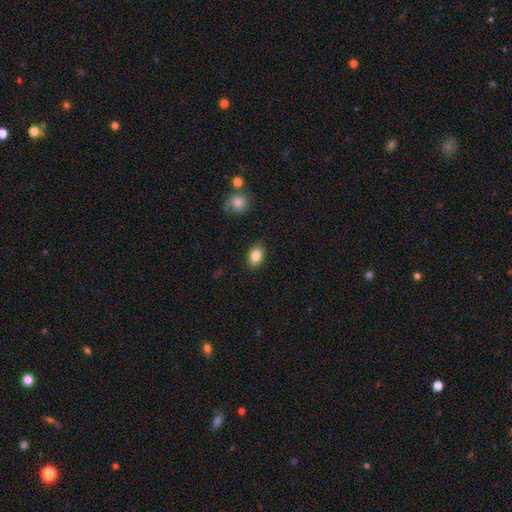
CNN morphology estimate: smooth 83%, featured or disk 9%, star or artifact 8%. Down the decision tree: how rounded — in between (83%); merging — none (88%).